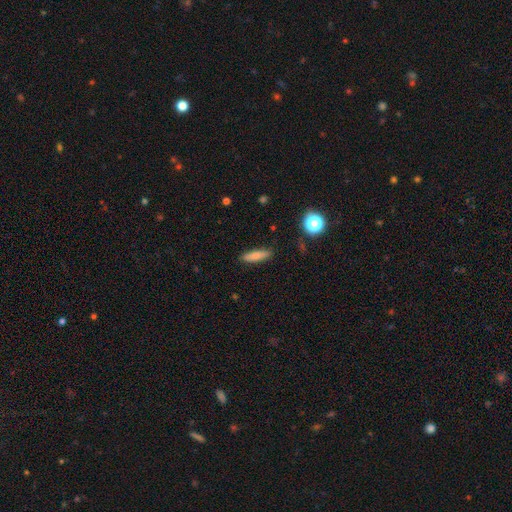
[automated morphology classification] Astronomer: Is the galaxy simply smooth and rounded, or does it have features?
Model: smooth — 73%.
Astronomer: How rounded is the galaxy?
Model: cigar-shaped — 71%.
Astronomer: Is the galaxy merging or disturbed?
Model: none — 88%.